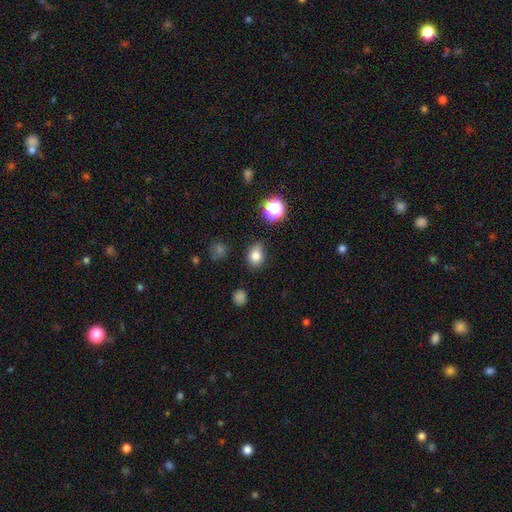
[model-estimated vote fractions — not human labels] smooth 79%, star or artifact 14%, featured or disk 7%. Down the decision tree: how rounded — in between (61%); merging — none (77%).